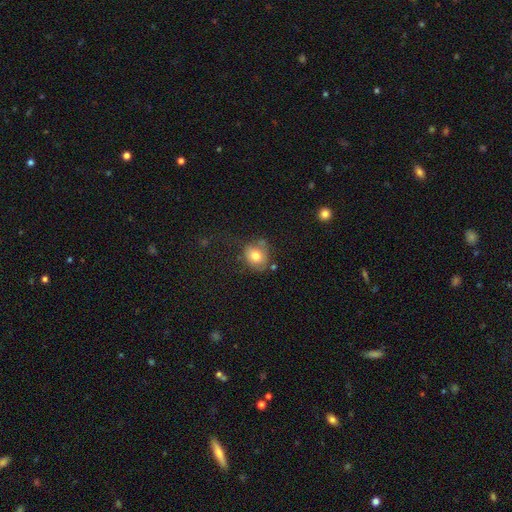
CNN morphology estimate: Q: Smooth or featured?
A: smooth (75%); runner-up: featured or disk (15%)
Q: How rounded?
A: round (64%); runner-up: in between (35%)
Q: Merging?
A: none (58%); runner-up: minor disturbance (25%)